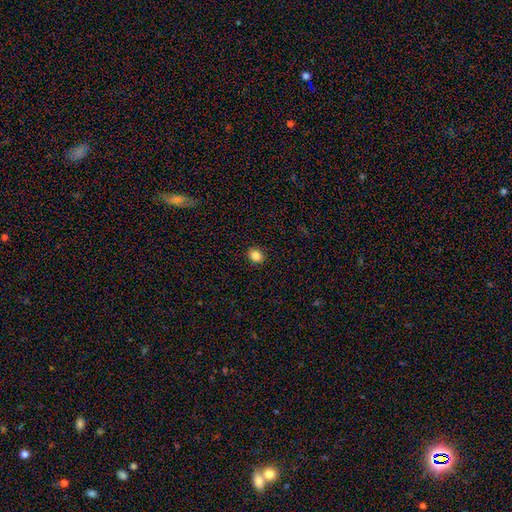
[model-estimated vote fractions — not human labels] This appears to be a smooth galaxy with no disk features (86%) that is round (61%). Merging: none (91%).